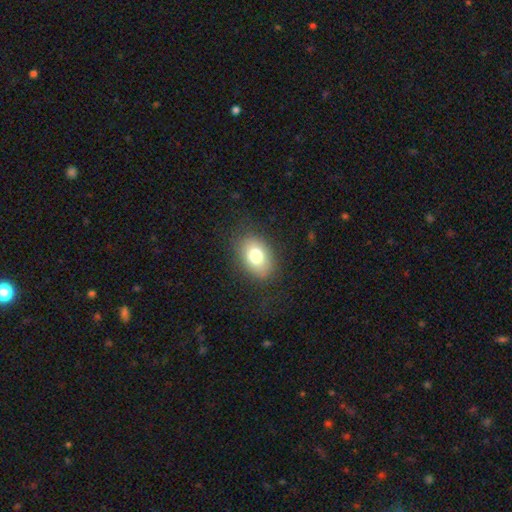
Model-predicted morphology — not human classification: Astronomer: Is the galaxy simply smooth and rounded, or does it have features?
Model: smooth — 76%.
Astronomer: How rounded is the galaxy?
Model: in between — 81%.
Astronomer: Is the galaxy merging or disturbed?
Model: none — 82%.